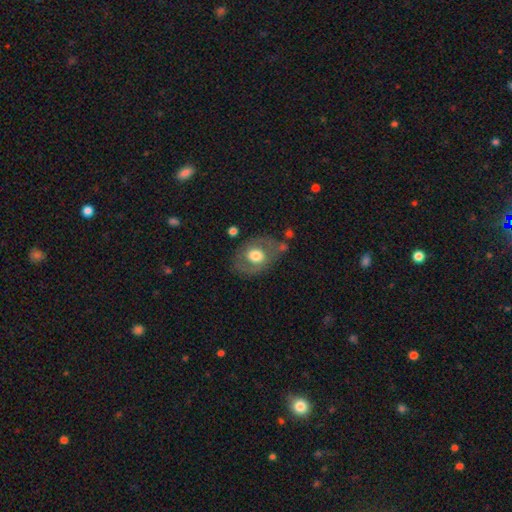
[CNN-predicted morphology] This appears to be a smooth galaxy with no disk features (55%) that is in between round and cigar-shaped (59%). Merging: none (65%).